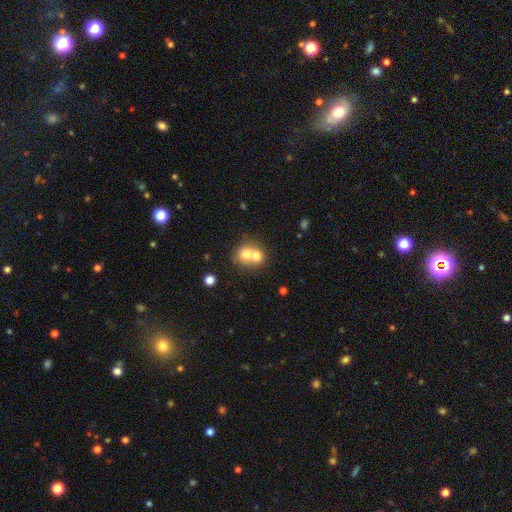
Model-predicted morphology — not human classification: smooth_or_featured: smooth (p=0.68) [alt: featured or disk p=0.21]
how_rounded: round (p=0.73) [alt: in between p=0.26]
merging: merger (p=0.67) [alt: none p=0.26]